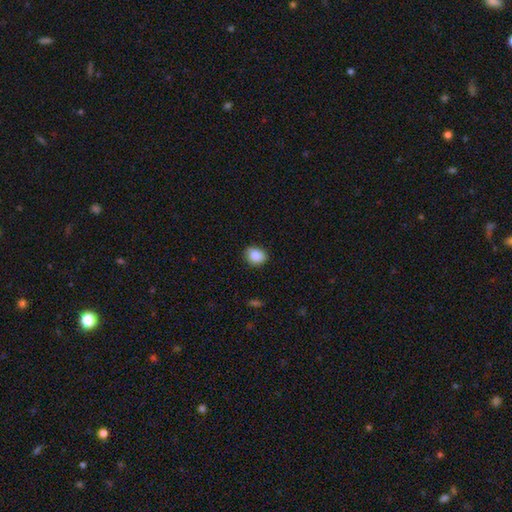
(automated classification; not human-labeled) A smooth galaxy with no disk features (88%) that is round (52%). Merging: none (83%).